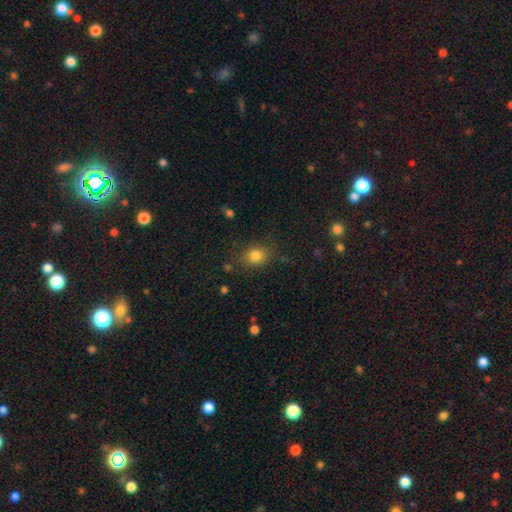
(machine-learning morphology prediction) type=smooth (81%); roundness=round (56%); merging=none (80%).